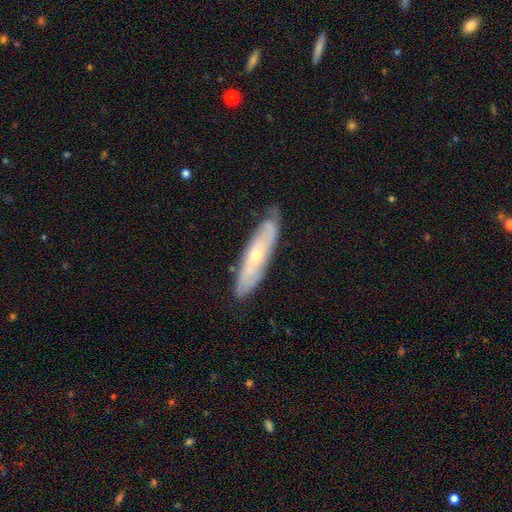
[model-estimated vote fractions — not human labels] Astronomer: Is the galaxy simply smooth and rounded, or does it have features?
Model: featured or disk — 60%.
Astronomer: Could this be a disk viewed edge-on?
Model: no — 63%.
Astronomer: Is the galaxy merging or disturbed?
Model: none — 70%.